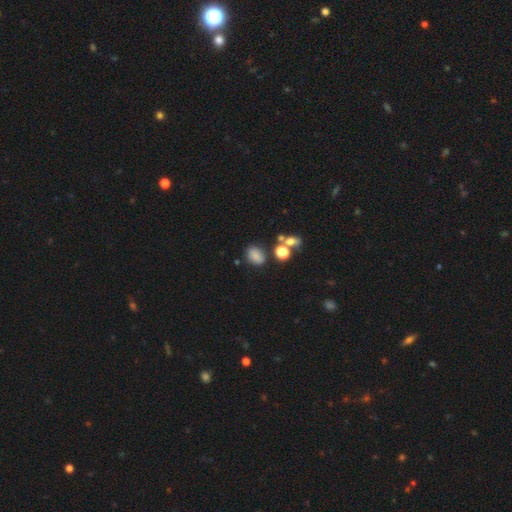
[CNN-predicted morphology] This is likely a smooth galaxy (77%). How rounded: likely in between (68%). Merging: likely none (66%).